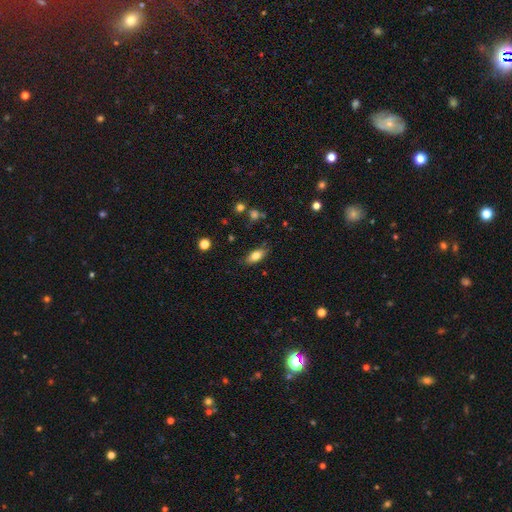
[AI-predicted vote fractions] Smooth or featured: smooth — 77% (featured or disk — 15%)
How rounded: in between — 83% (cigar-shaped — 13%)
Merging: none — 82% (minor disturbance — 14%)